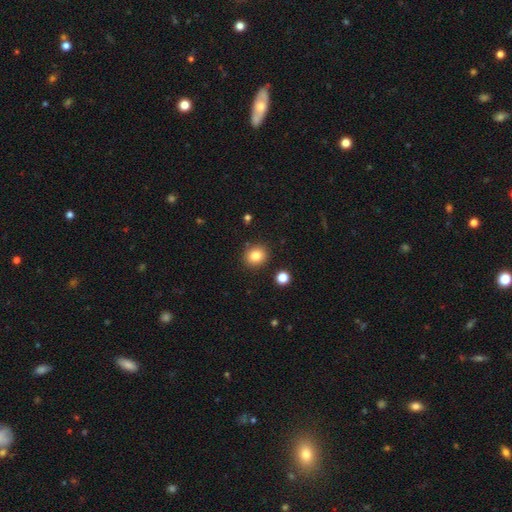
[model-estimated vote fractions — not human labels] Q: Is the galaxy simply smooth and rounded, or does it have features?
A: smooth — 84%.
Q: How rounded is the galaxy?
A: round — 74%.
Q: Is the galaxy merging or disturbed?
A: none — 88%.